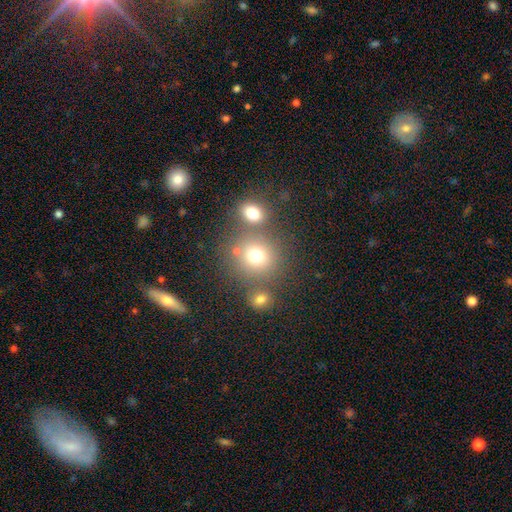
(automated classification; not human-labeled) This appears to be a smooth galaxy with no disk features (75%) that is round (85%). Merging: none (63%).